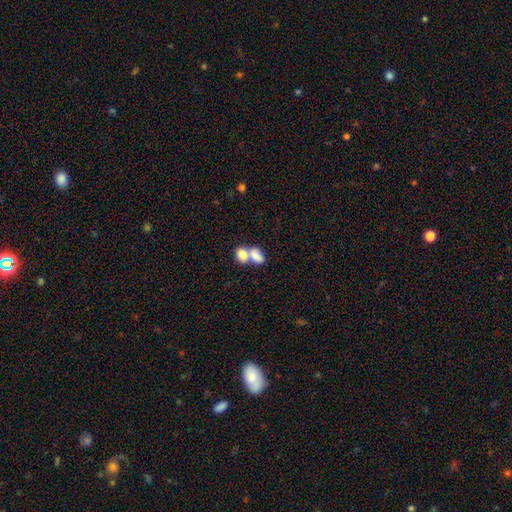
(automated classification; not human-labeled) smooth 79%, featured or disk 13%, star or artifact 8%. Down the decision tree: how rounded — in between (86%); merging — merger (71%).